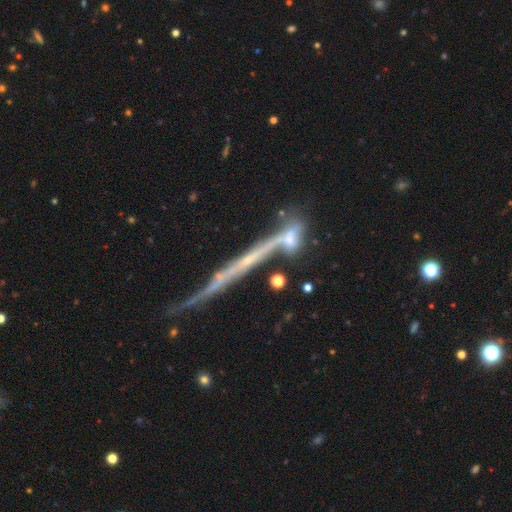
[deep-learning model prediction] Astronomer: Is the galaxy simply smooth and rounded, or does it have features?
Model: featured or disk — 67%.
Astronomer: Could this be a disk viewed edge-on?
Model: yes — 91%.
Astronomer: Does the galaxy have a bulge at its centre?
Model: none — 77%.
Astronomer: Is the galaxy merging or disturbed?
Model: none — 63%.